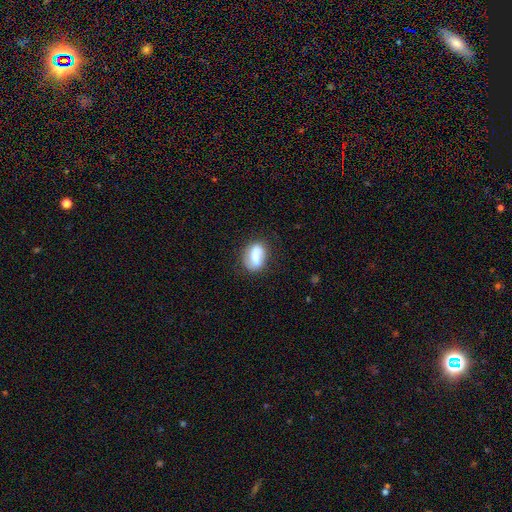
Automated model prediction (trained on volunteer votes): A smooth galaxy with no disk features (61%) that is in between round and cigar-shaped (77%). Merging: none (72%).